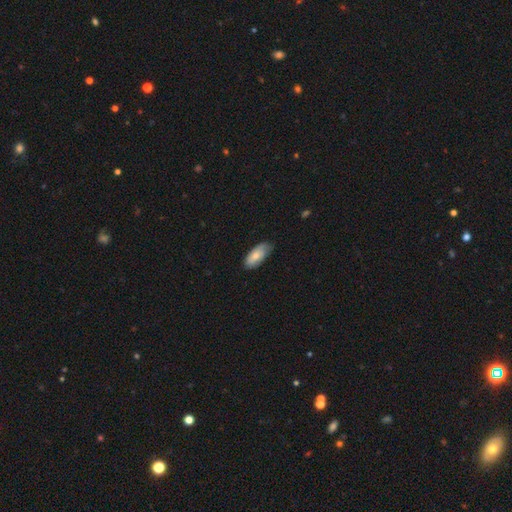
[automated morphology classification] This appears to be a smooth galaxy with no disk features (74%) that is in between round and cigar-shaped (88%). Merging: none (70%).